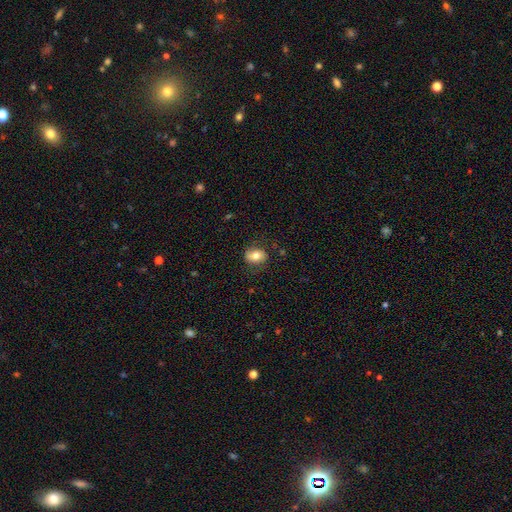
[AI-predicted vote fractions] Smooth or featured?
  - smooth: 69% *
  - featured or disk: 23%
  - star or artifact: 8%
How rounded?
  - in between: 64% *
  - round: 35%
  - cigar-shaped: 1%
Merging?
  - none: 77% *
  - minor disturbance: 17%
  - major disturbance: 5%
  - merger: 1%